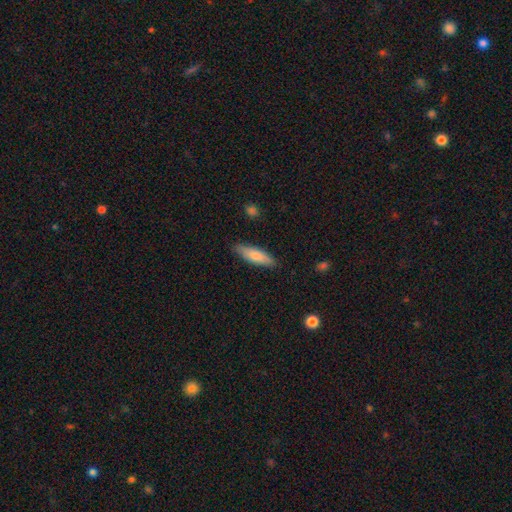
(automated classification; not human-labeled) Smooth or featured: smooth — 76% (featured or disk — 18%)
How rounded: cigar-shaped — 59% (in between — 39%)
Merging: none — 86% (minor disturbance — 11%)